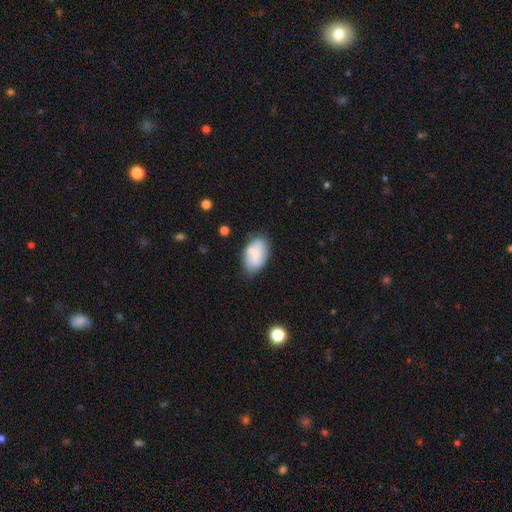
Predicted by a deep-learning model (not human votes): This is likely a smooth galaxy (69%). How rounded: clearly in between (92%). Merging: likely none (62%).